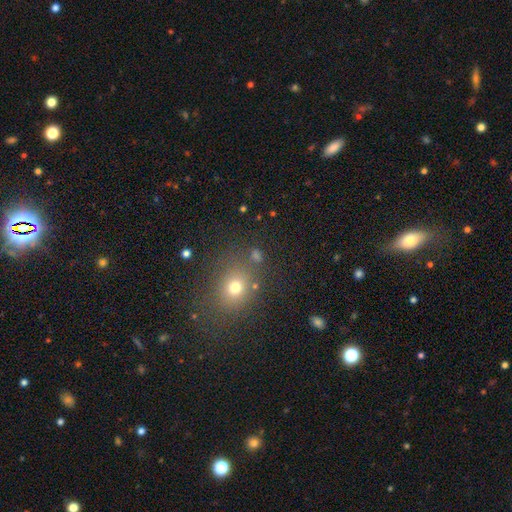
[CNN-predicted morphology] smooth_or_featured: smooth (p=0.65) [alt: star or artifact p=0.26]
how_rounded: round (p=0.66) [alt: in between p=0.32]
merging: none (p=0.75) [alt: minor disturbance p=0.11]